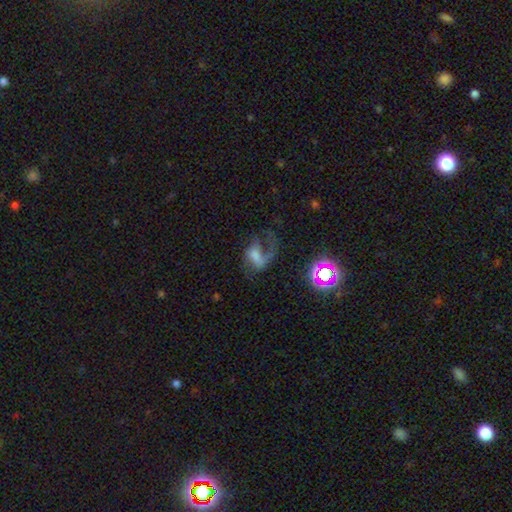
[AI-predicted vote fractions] A featured or disk galaxy (57%) with no bar (44%), spiral arms (80%) and a moderate central bulge (30%). Merging: major disturbance (47%).